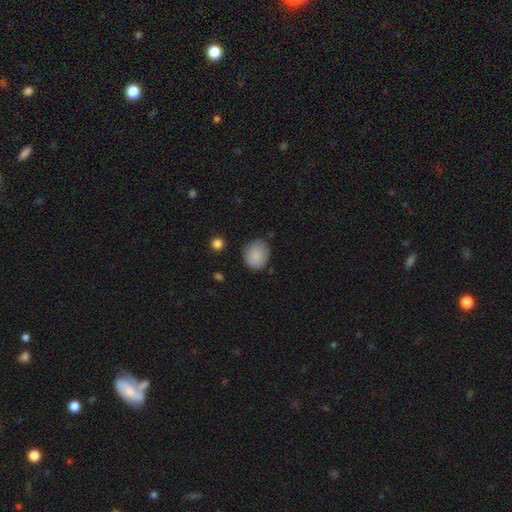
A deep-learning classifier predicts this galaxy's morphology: smooth_or_featured: smooth (p=0.85) [alt: star or artifact p=0.07]
how_rounded: round (p=0.64) [alt: in between p=0.35]
merging: none (p=0.73) [alt: minor disturbance p=0.21]